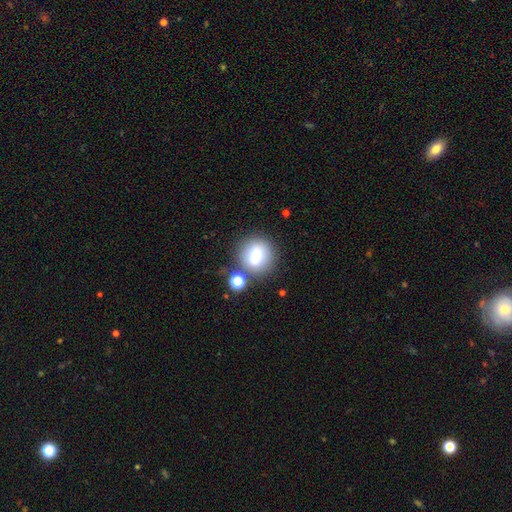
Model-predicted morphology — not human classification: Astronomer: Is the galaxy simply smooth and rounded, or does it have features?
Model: smooth — 73%.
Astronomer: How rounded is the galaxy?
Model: round — 89%.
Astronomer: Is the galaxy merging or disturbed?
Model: none — 76%.